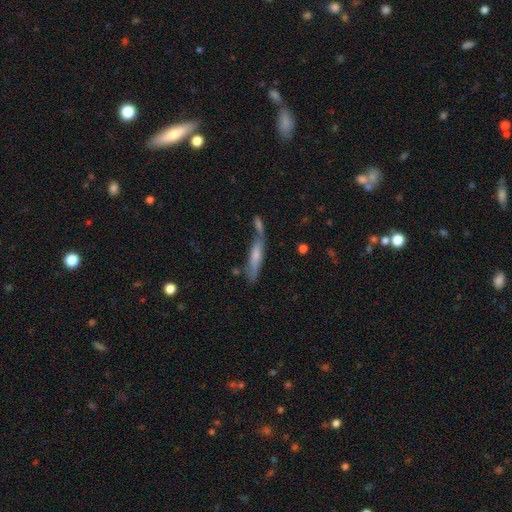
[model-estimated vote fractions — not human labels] This is possibly a smooth galaxy (52%). How rounded: clearly cigar-shaped (84%). Merging: possibly none (49%).